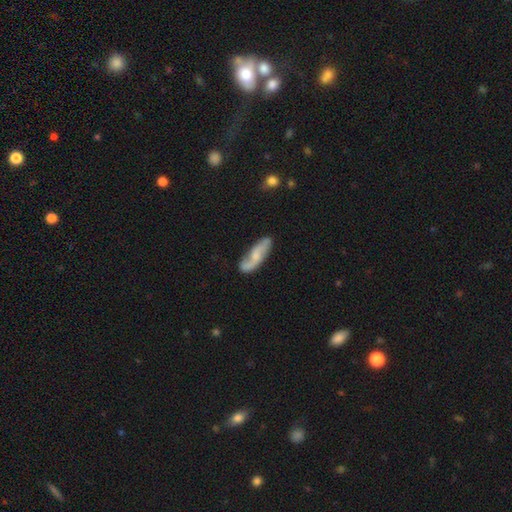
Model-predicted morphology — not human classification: A featured or disk galaxy (56%). Merging: none (68%).